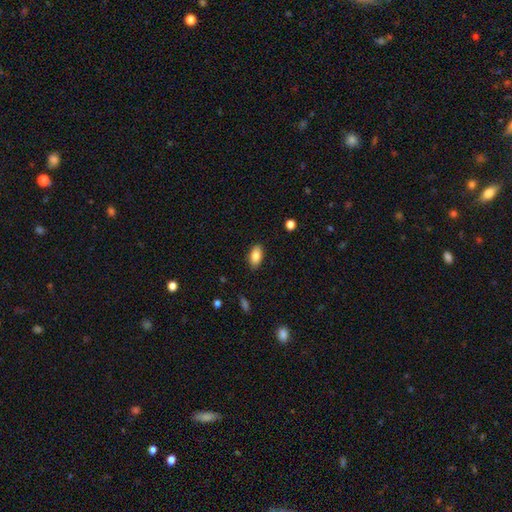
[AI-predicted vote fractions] This appears to be a smooth galaxy with no disk features (85%) that is in between round and cigar-shaped (92%). Merging: none (87%).